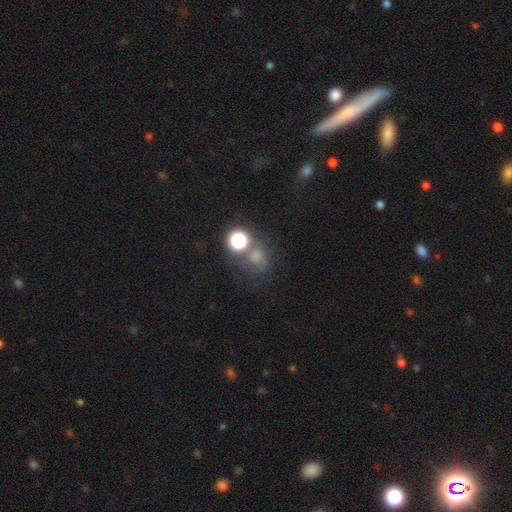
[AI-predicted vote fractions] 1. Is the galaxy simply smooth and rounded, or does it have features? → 54% smooth, 31% star or artifact, 15% featured or disk.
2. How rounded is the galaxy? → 73% round, 26% in between, 1% cigar-shaped.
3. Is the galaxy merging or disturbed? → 47% none, 22% merger, 16% minor disturbance, 15% major disturbance.